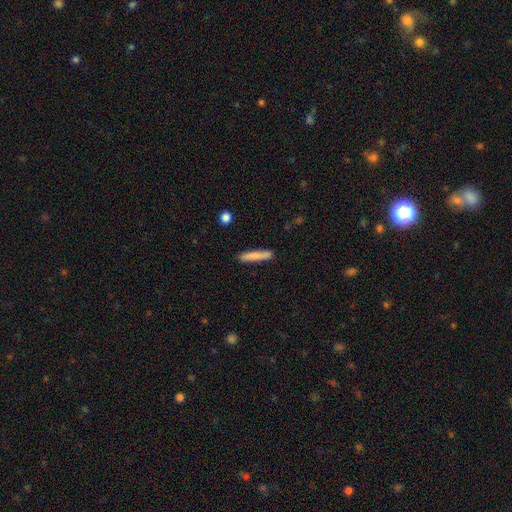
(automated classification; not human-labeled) A smooth galaxy with no disk features (81%) that is cigar-shaped (90%). Merging: none (86%).